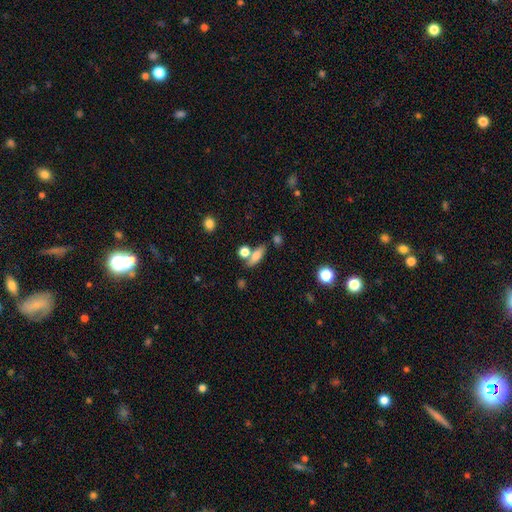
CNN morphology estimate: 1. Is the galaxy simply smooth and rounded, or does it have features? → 71% smooth, 20% featured or disk, 10% star or artifact.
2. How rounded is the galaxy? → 56% in between, 36% cigar-shaped, 8% round.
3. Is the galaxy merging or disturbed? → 60% none, 23% merger, 12% minor disturbance, 5% major disturbance.